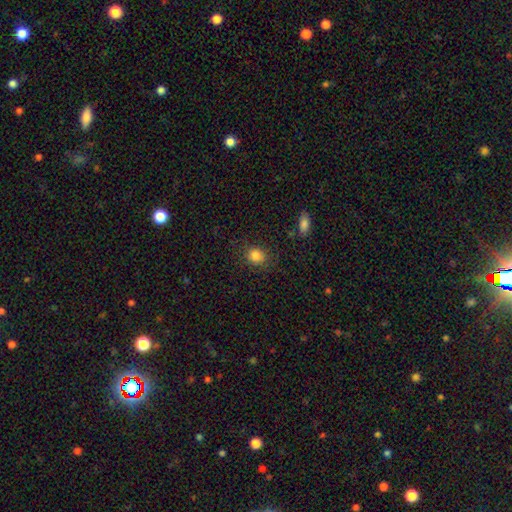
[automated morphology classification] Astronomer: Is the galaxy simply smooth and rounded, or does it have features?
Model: smooth — 85%.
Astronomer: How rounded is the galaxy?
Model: round — 74%.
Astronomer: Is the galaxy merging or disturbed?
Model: none — 83%.